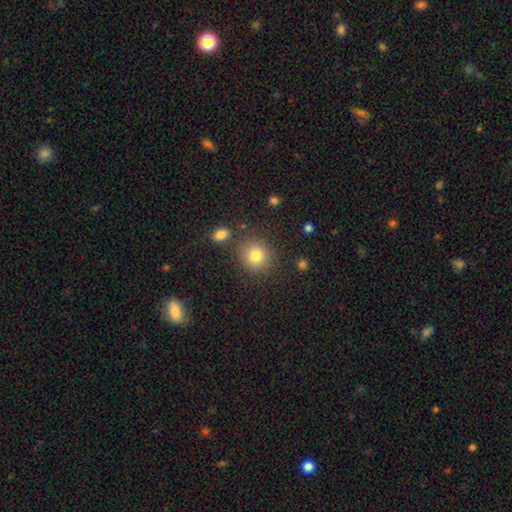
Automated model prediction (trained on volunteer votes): Smooth or featured? Predicted: smooth (p=0.81). How rounded? Predicted: round (p=0.83). Merging? Predicted: none (p=0.82).